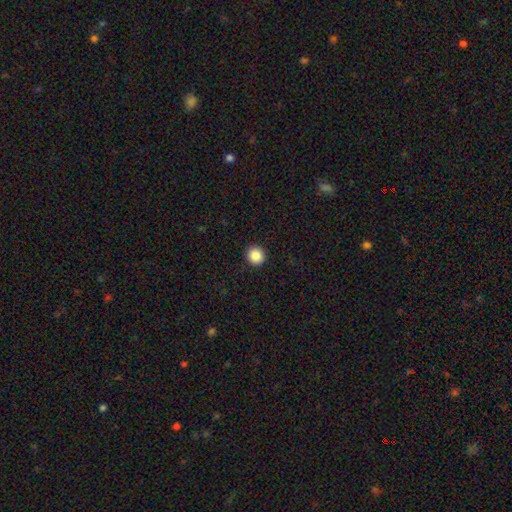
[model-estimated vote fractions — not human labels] smooth_or_featured: smooth (p=0.87) [alt: star or artifact p=0.10]
how_rounded: round (p=0.91) [alt: in between p=0.08]
merging: none (p=0.93) [alt: minor disturbance p=0.05]